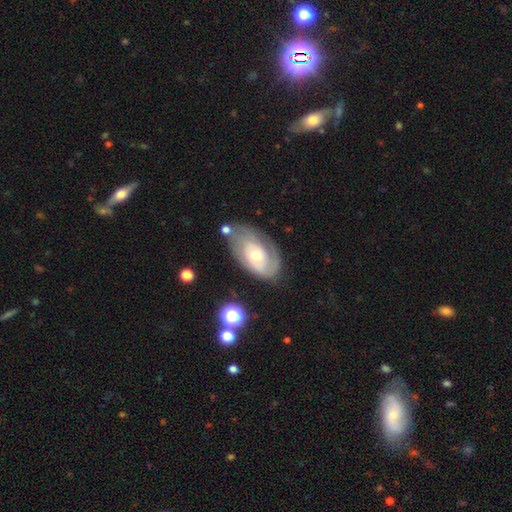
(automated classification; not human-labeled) Smooth or featured? featured or disk (70%)
Edge-on disk? no (94%)
Bar? no (76%)
Spiral arms? yes (79%)
Spiral winding? tight (61%)
Spiral arm count? can't tell (40%)
Bulge size? moderate (60%)
Merging? none (61%)